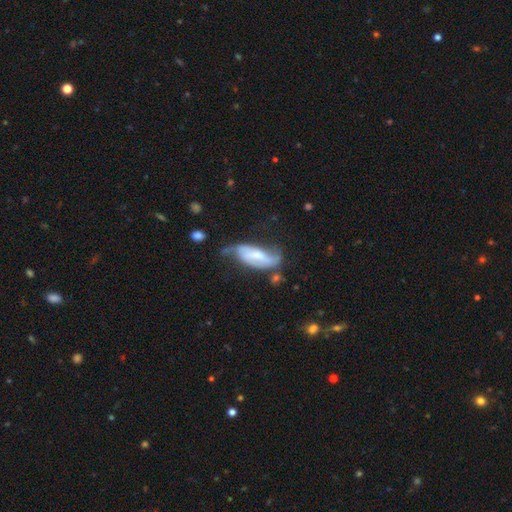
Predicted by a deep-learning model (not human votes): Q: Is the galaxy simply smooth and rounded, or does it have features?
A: featured or disk — 66%.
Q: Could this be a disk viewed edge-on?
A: no — 89%.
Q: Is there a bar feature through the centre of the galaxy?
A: weak — 40%.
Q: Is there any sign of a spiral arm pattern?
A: yes — 87%.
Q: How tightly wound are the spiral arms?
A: loose — 41%.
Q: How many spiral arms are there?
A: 2 — 78%.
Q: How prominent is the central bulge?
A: moderate — 35%.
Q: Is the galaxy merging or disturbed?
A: none — 36%.